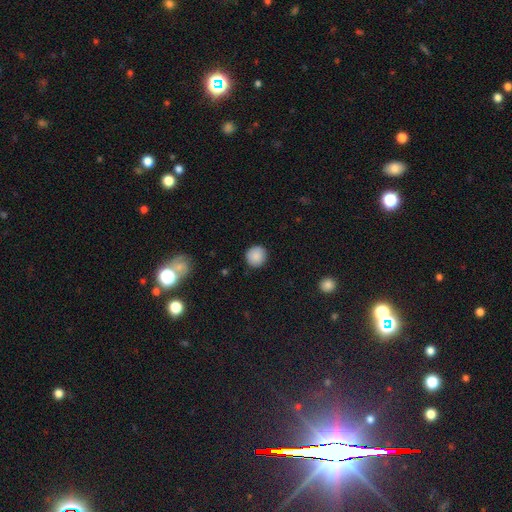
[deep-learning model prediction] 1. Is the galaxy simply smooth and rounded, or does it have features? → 88% smooth, 8% star or artifact, 4% featured or disk.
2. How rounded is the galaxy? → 93% round, 6% in between, 1% cigar-shaped.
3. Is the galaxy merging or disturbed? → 90% none, 7% minor disturbance, 2% major disturbance, 1% merger.